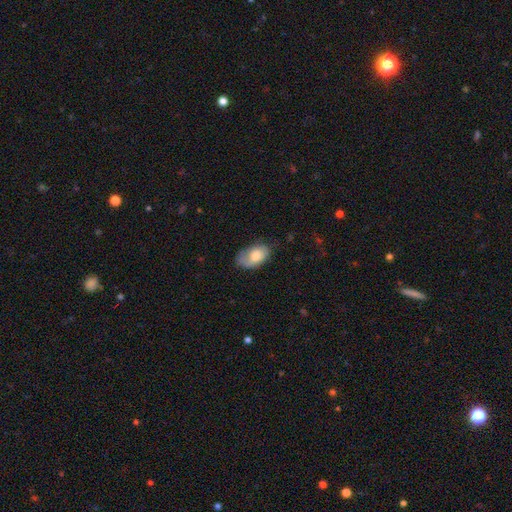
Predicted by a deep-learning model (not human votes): Morphology: type=smooth (70%); roundness=in between (93%); merging=none (51%).